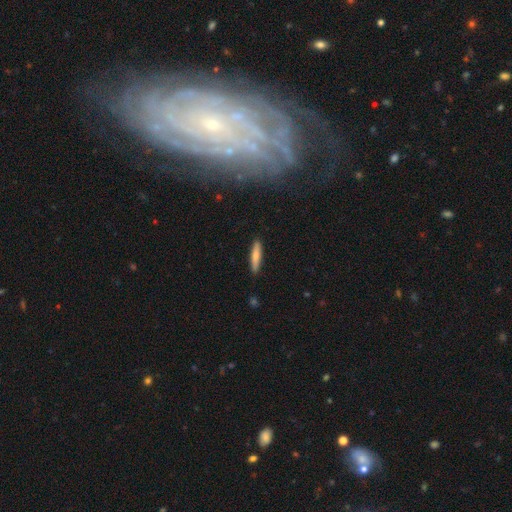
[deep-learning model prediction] smooth 76%, featured or disk 19%, star or artifact 6%. Down the decision tree: how rounded — cigar-shaped (89%); merging — none (90%).